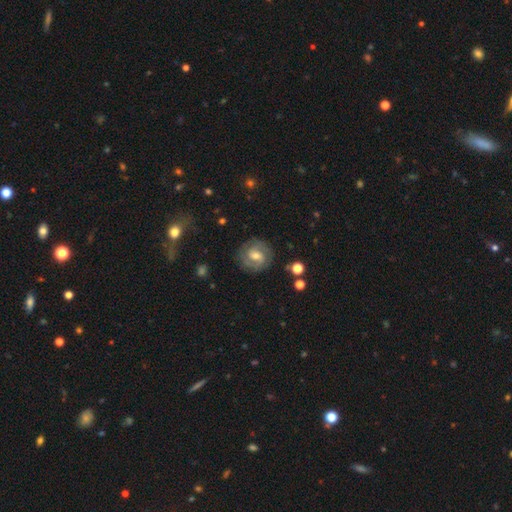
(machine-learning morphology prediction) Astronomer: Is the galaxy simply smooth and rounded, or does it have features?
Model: featured or disk — 69%.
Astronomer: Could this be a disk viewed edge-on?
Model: no — 97%.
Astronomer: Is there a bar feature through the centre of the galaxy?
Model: weak — 50% (runner-up: no, 36%).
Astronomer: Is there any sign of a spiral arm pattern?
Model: yes — 87%.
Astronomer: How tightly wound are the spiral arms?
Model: tight — 52% (runner-up: medium, 37%).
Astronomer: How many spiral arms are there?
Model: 2 — 70%.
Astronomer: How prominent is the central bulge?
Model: moderate — 62%.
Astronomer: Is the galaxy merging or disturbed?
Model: none — 81%.